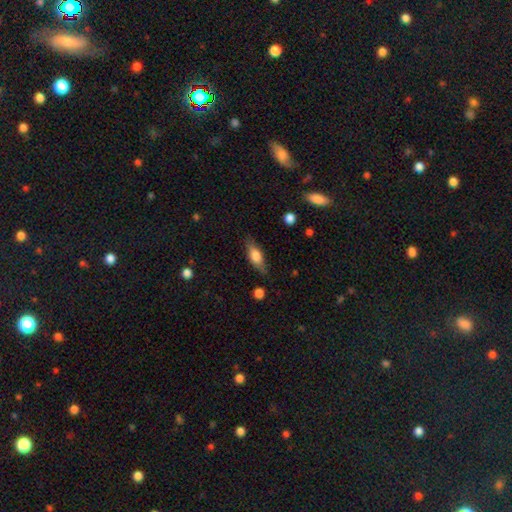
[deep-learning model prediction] A smooth galaxy with no disk features (64%) that is in between round and cigar-shaped (65%). Merging: none (79%).